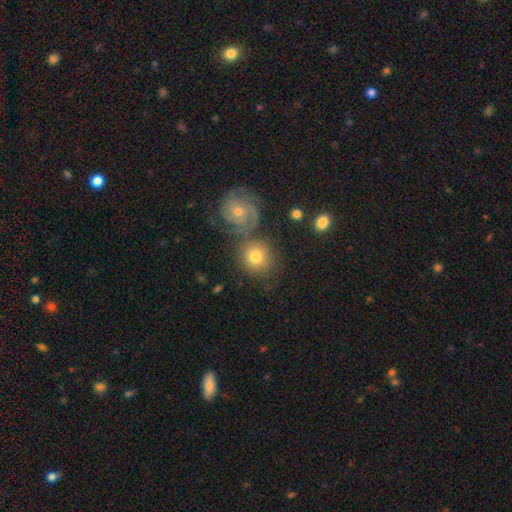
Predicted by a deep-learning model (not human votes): smooth_or_featured: smooth (p=0.63) [alt: featured or disk p=0.27]
how_rounded: round (p=0.85) [alt: in between p=0.14]
merging: none (p=0.62) [alt: merger p=0.22]